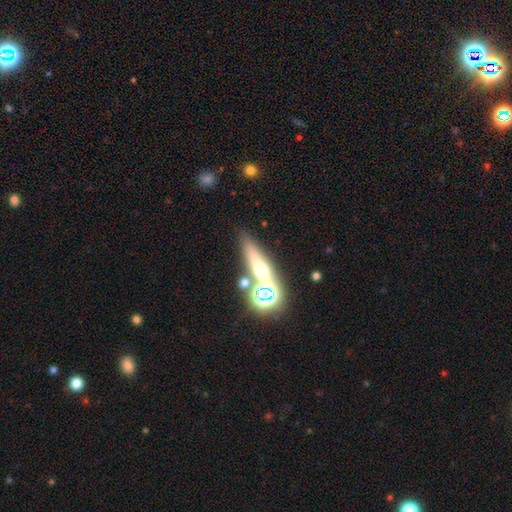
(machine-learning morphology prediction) Smooth or featured? featured or disk (39%)
Merging? none (55%)